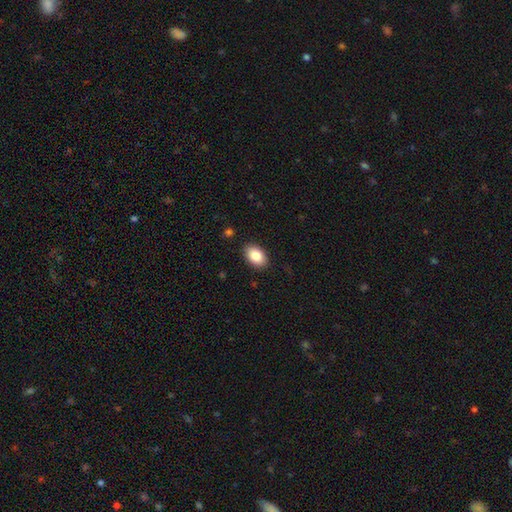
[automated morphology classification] Q: Smooth or featured?
A: smooth (85%); runner-up: featured or disk (8%)
Q: How rounded?
A: in between (90%); runner-up: round (9%)
Q: Merging?
A: none (89%); runner-up: minor disturbance (8%)